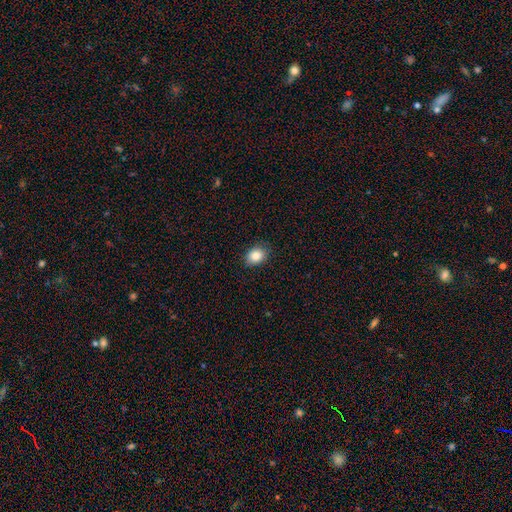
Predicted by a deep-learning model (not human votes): Smooth or featured? Predicted: smooth (p=0.86). How rounded? Predicted: in between (p=0.62). Merging? Predicted: none (p=0.86).